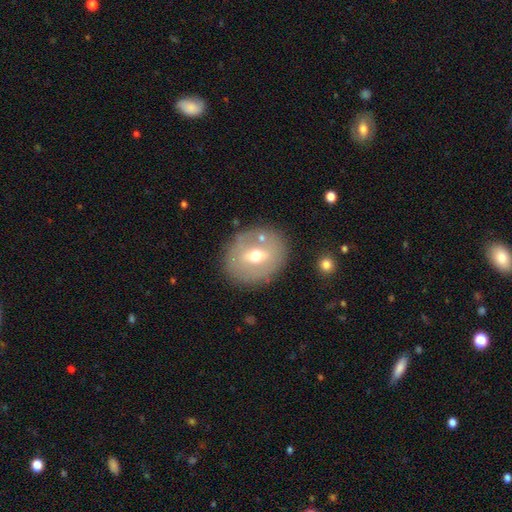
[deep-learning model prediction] Q: Smooth or featured?
A: featured or disk (47%); runner-up: smooth (44%)
Q: Merging?
A: none (80%); runner-up: minor disturbance (12%)